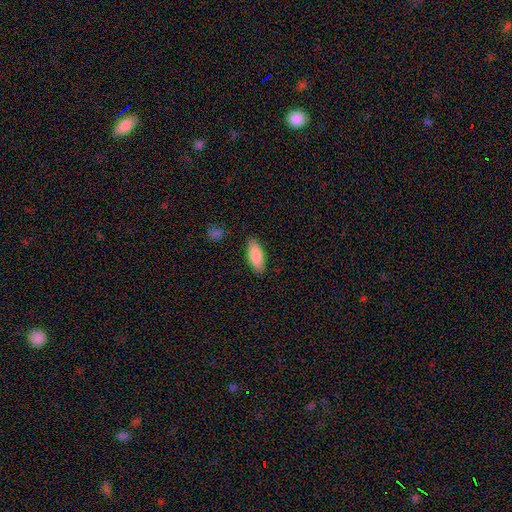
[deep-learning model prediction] Smooth or featured? smooth (86%)
How rounded? in between (82%)
Merging? none (87%)